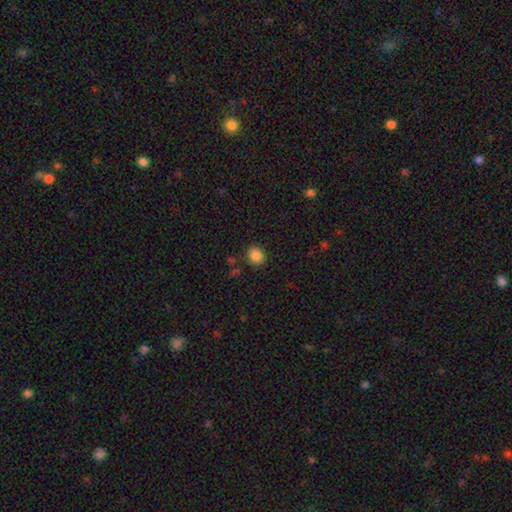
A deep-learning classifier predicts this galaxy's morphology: smooth 85%, star or artifact 10%, featured or disk 4%. Down the decision tree: how rounded — round (70%); merging — none (85%).